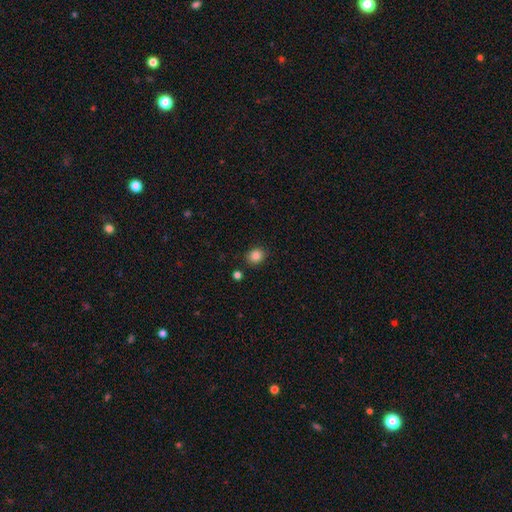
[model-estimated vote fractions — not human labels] The model was most divided on "how rounded": round: 70%, in between: 29%, cigar-shaped: 1%. More confident: merging — none (87%); smooth or featured — smooth (86%).